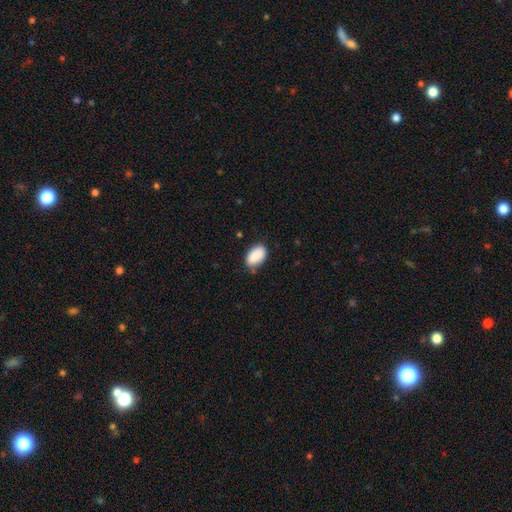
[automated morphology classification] The model was most divided on "merging": none: 74%, minor disturbance: 21%, major disturbance: 4%, merger: 2%. More confident: how rounded — in between (92%); smooth or featured — smooth (88%).